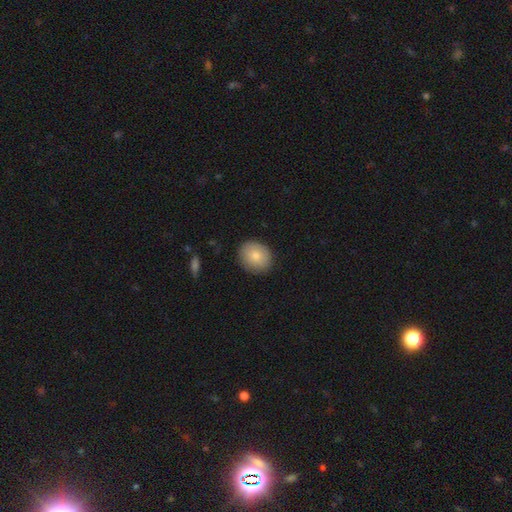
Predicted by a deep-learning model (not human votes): Q: Smooth or featured?
A: smooth (80%); runner-up: featured or disk (13%)
Q: How rounded?
A: round (64%); runner-up: in between (35%)
Q: Merging?
A: none (87%); runner-up: minor disturbance (10%)